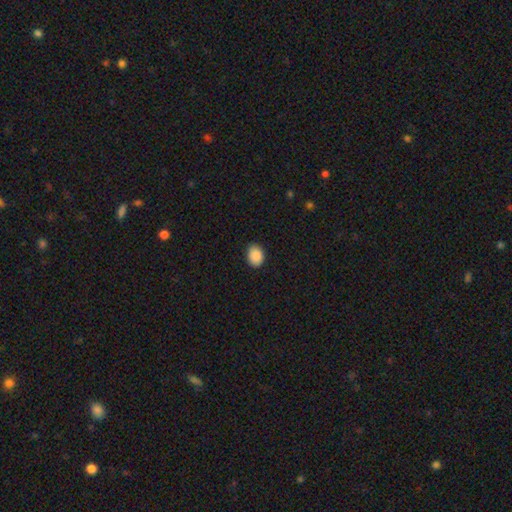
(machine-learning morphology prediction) A smooth galaxy with no disk features (90%) that is in between round and cigar-shaped (68%). Merging: none (87%).